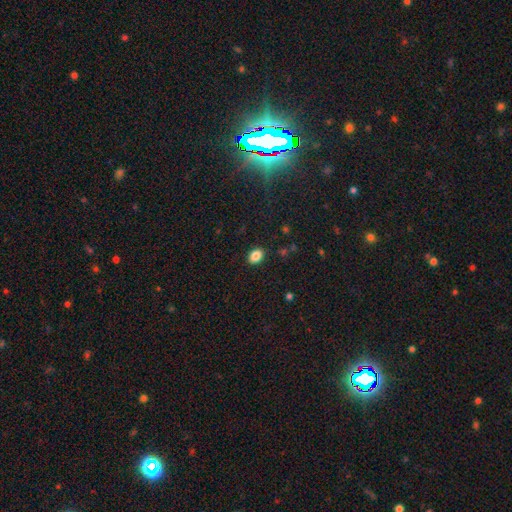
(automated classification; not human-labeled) A smooth galaxy with no disk features (86%) that is in between round and cigar-shaped (74%).

Vote fractions:
- Smooth or featured? smooth: 86% / star or artifact: 9% / featured or disk: 5%
- How rounded? in between: 74% / round: 25% / cigar-shaped: 1%
- Merging? none: 88% / minor disturbance: 9% / major disturbance: 2% / merger: 1%